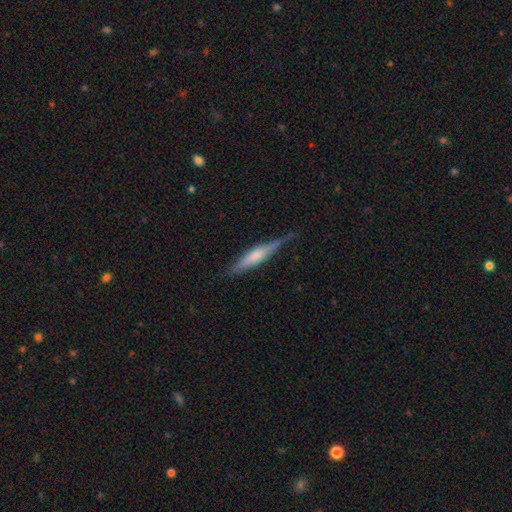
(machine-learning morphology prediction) Overall: featured or disk (56%; smooth 38%). Edge-on disk: yes (96%). Edge-on bulge: rounded (51%; boxy 29%). Merging: none (78%).